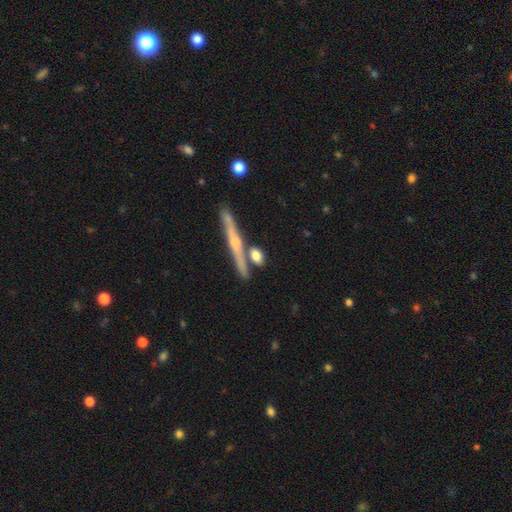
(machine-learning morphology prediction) This is likely a smooth galaxy (63%). How rounded: marginally in between (44%). Merging: likely none (63%).